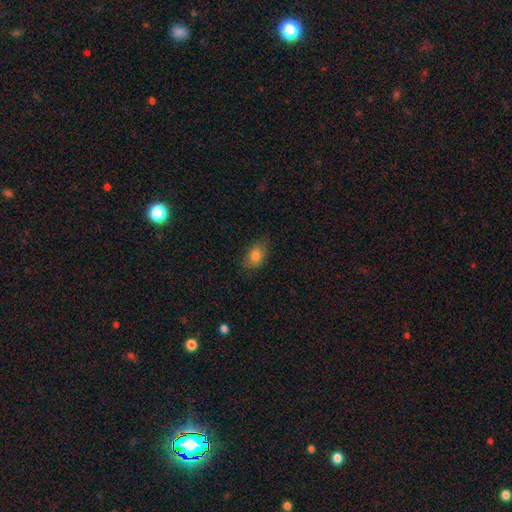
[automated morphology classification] The model was most divided on "merging": none: 73%, minor disturbance: 21%, major disturbance: 4%, merger: 1%. More confident: how rounded — in between (84%); smooth or featured — smooth (82%).